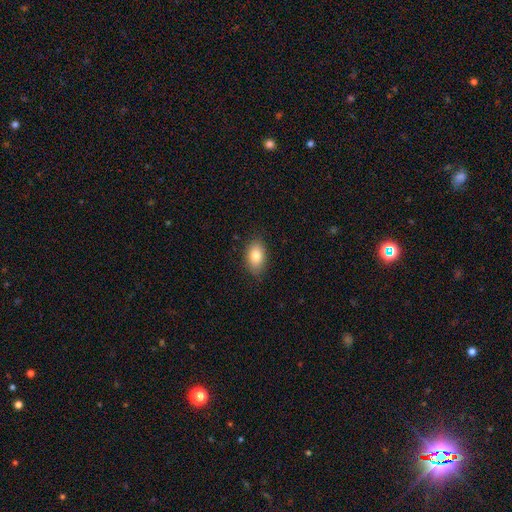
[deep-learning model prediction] Q: Smooth or featured?
A: smooth (81%); runner-up: featured or disk (11%)
Q: How rounded?
A: in between (90%); runner-up: round (9%)
Q: Merging?
A: none (85%); runner-up: minor disturbance (11%)